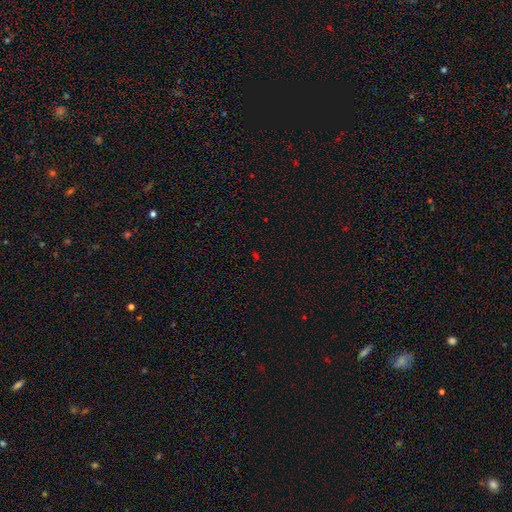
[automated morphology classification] smooth_or_featured: star or artifact (p=0.60) [alt: smooth p=0.33]